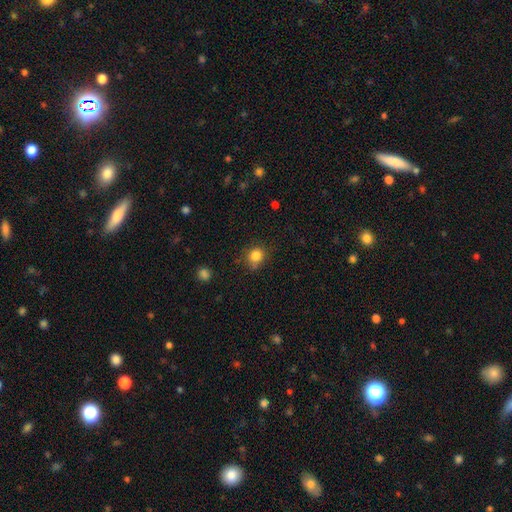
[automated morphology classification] Overall: smooth (83%). How rounded: round (81%). Merging: none (74%).